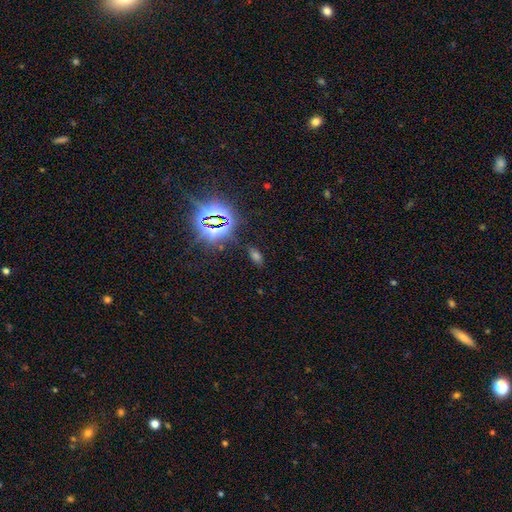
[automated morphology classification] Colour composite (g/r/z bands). It shows a star or artifact, not a galaxy (46%).